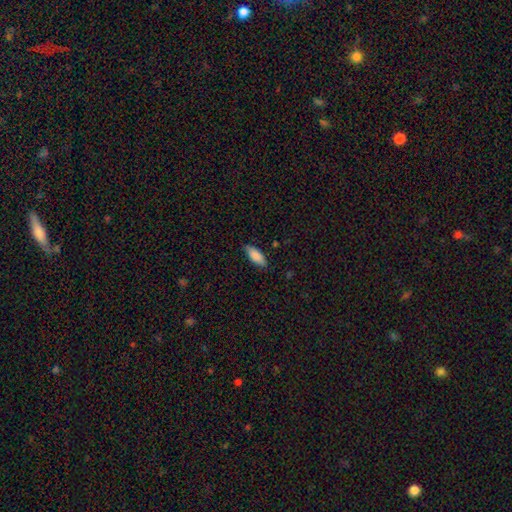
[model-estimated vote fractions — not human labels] The model was most divided on "how rounded": in between: 78%, cigar-shaped: 21%, round: 2%. More confident: smooth or featured — smooth (88%); merging — none (82%).